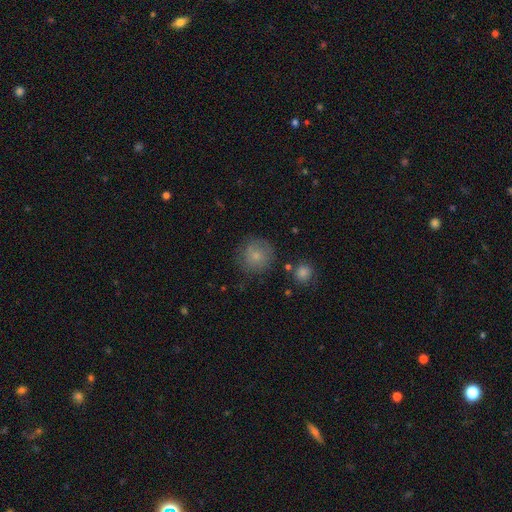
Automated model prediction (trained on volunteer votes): smooth 77%, featured or disk 14%, star or artifact 9%. Down the decision tree: how rounded — round (92%); merging — none (75%).